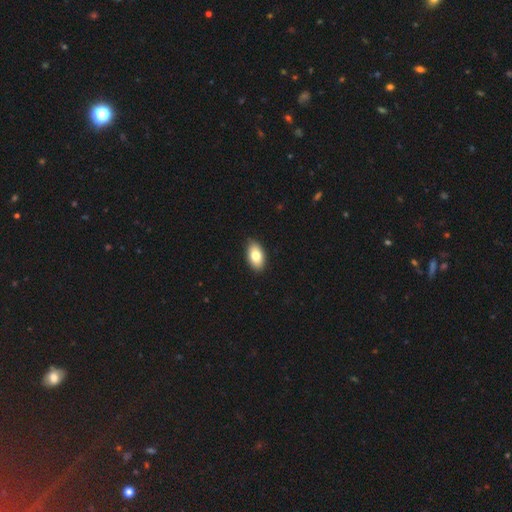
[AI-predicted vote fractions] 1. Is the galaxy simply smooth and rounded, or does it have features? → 78% smooth, 15% featured or disk, 7% star or artifact.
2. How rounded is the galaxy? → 93% in between, 5% round, 2% cigar-shaped.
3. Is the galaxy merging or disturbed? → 88% none, 10% minor disturbance, 2% major disturbance, 1% merger.